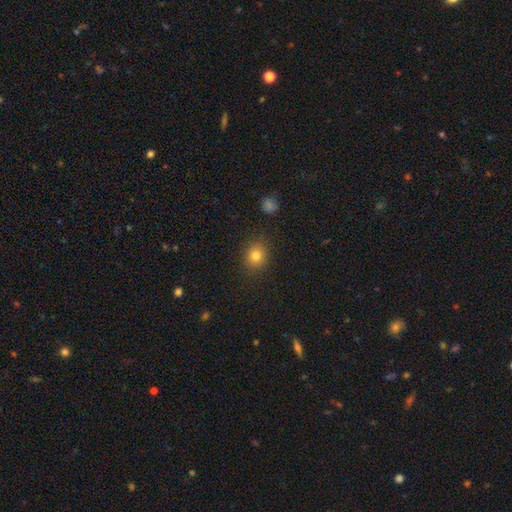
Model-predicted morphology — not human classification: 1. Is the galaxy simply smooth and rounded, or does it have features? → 80% smooth, 13% star or artifact, 7% featured or disk.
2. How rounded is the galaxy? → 66% round, 33% in between, 1% cigar-shaped.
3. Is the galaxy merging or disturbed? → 88% none, 8% minor disturbance, 3% major disturbance, 1% merger.